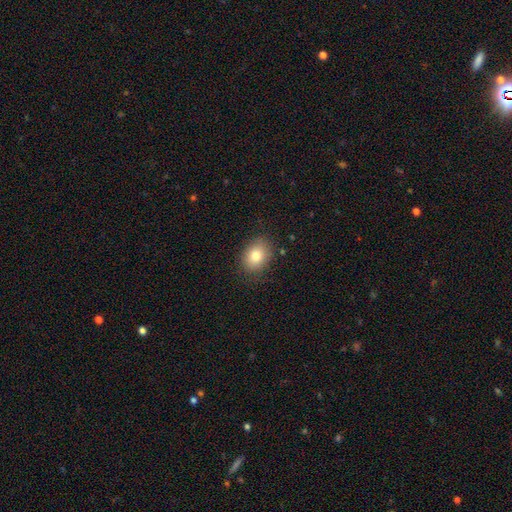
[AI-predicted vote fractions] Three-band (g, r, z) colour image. It shows a smooth galaxy with no disk features (80%) that is in between round and cigar-shaped (61%). Merging: none (83%).